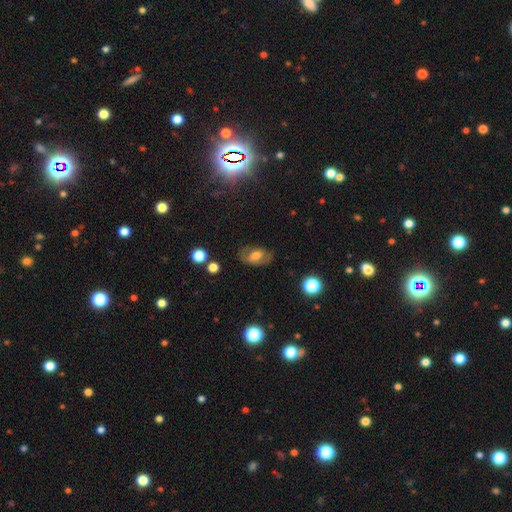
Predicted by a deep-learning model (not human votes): A smooth galaxy with no disk features (49%). Merging: none (74%).